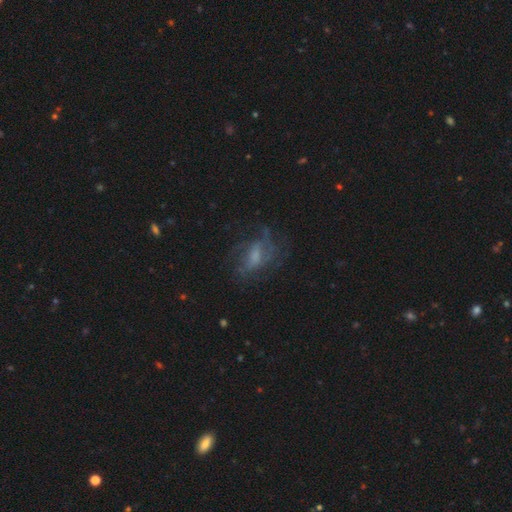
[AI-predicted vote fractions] This is possibly a featured or disk galaxy (59%). It is clearly not viewed edge-on (92%). Bar: marginally no (44%). Spiral arm pattern: likely yes (65%). Central bulge: marginally moderate (34%). Merging: possibly none (53%).